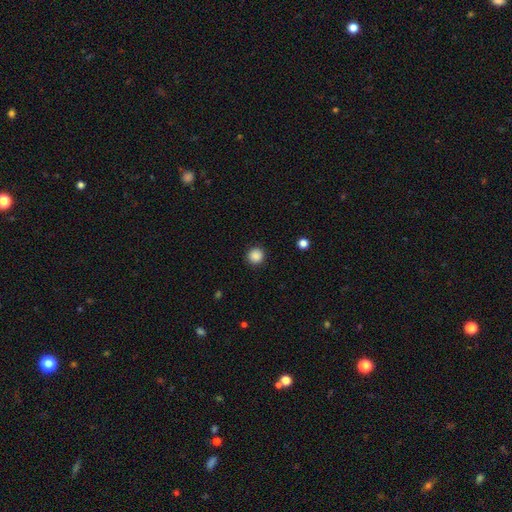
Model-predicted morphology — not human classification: smooth-or-featured: smooth: 87% | star or artifact: 10% | featured or disk: 3%
  how-rounded: round: 95% | in between: 4% | cigar-shaped: 1%
  merging: none: 92% | minor disturbance: 5% | major disturbance: 2% | merger: 1%